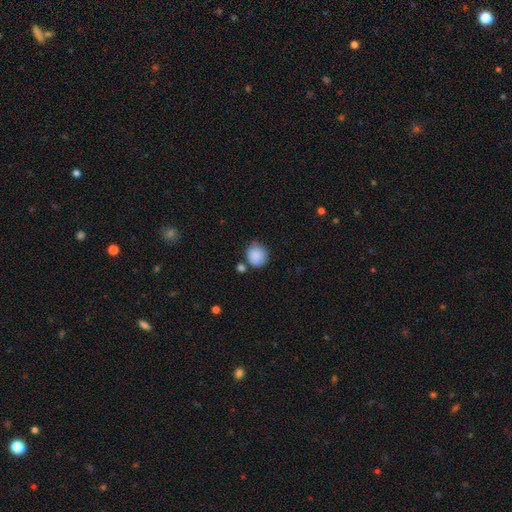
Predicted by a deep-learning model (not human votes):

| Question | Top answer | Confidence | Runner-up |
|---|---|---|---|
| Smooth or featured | smooth | 88% | star or artifact (8%) |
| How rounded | round | 84% | in between (15%) |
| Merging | none | 66% | minor disturbance (19%) |